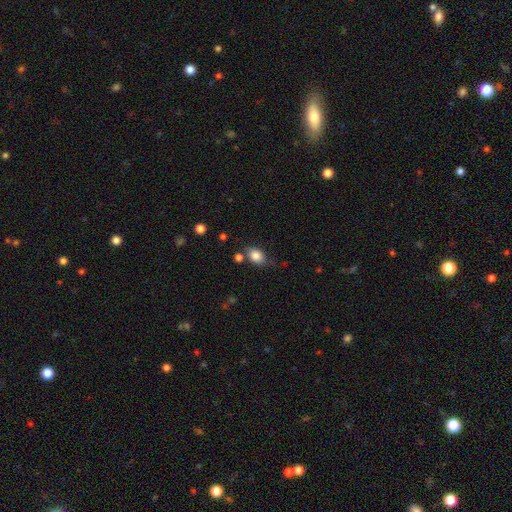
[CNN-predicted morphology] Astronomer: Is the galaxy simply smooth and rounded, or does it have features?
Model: smooth — 84%.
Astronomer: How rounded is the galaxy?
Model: in between — 70%.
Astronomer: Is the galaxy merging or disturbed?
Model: none — 66%.